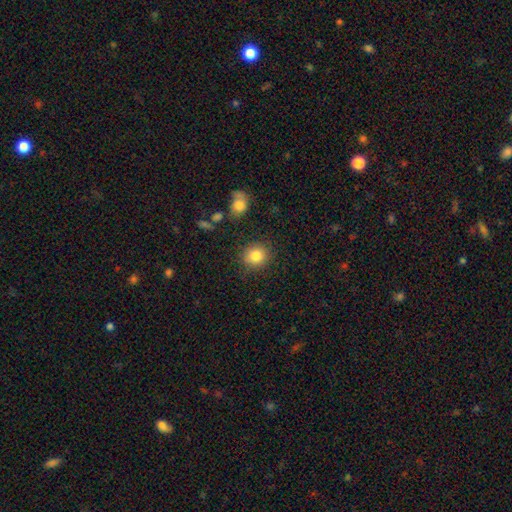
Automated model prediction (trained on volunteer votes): A smooth galaxy with no disk features (84%) that is round (83%). Merging: none (86%).